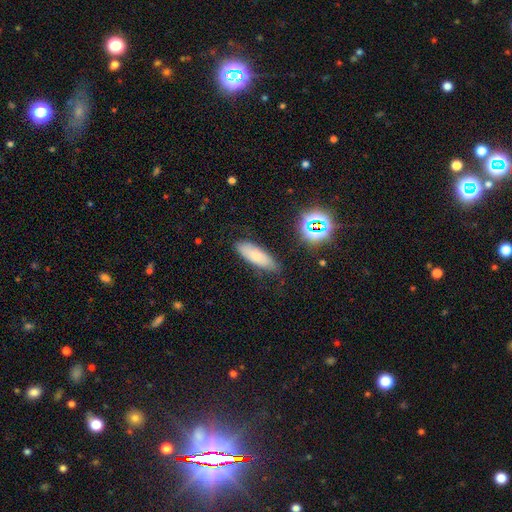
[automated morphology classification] type=smooth (73%); roundness=in between (58%); merging=none (76%).